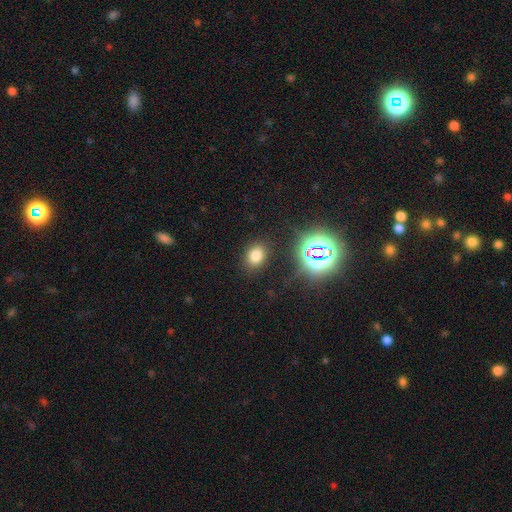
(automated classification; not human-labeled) smooth 72%, star or artifact 21%, featured or disk 7%. Down the decision tree: how rounded — in between (60%); merging — none (84%).